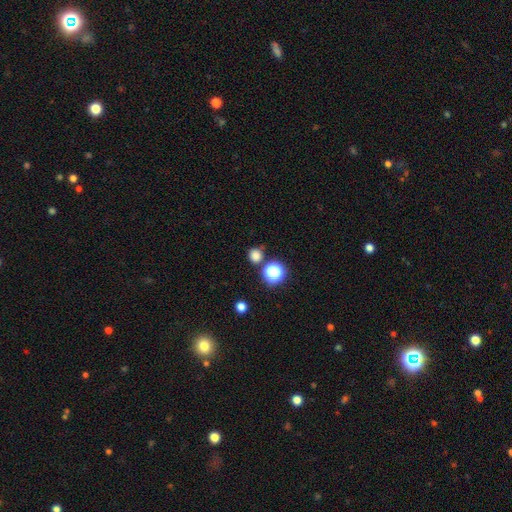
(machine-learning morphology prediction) Smooth or featured?
  - smooth: 77% *
  - star or artifact: 19%
  - featured or disk: 4%
How rounded?
  - round: 89% *
  - in between: 10%
  - cigar-shaped: 1%
Merging?
  - none: 79% *
  - minor disturbance: 9%
  - merger: 9%
  - major disturbance: 3%